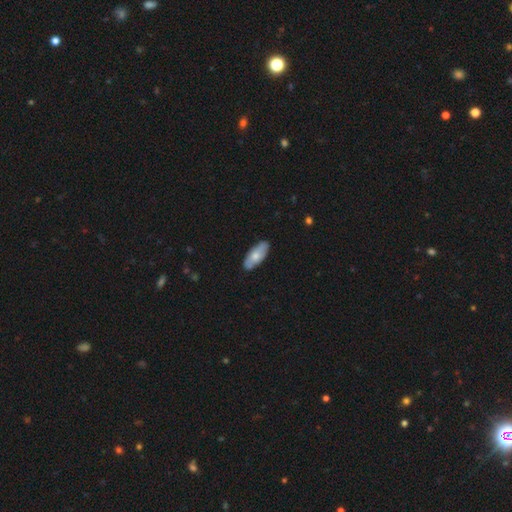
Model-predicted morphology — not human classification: smooth-or-featured: smooth: 66% | featured or disk: 28% | star or artifact: 5%
  how-rounded: in between: 81% | cigar-shaped: 17% | round: 2%
  merging: none: 84% | minor disturbance: 13% | major disturbance: 2% | merger: 1%